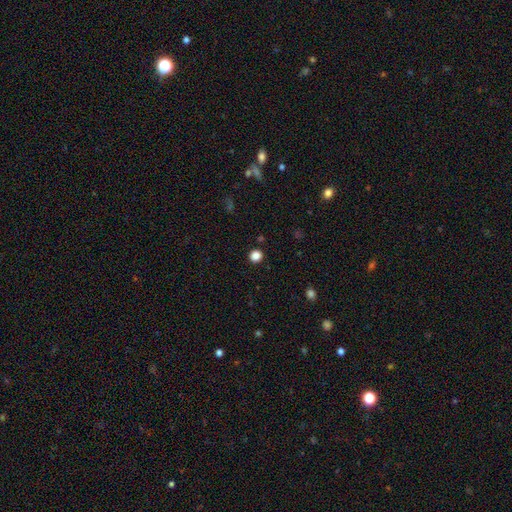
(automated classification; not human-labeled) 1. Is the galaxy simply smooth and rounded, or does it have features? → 85% smooth, 12% star or artifact, 3% featured or disk.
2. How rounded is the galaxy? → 90% round, 9% in between, 1% cigar-shaped.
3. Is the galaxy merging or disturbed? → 92% none, 5% minor disturbance, 2% major disturbance, 1% merger.